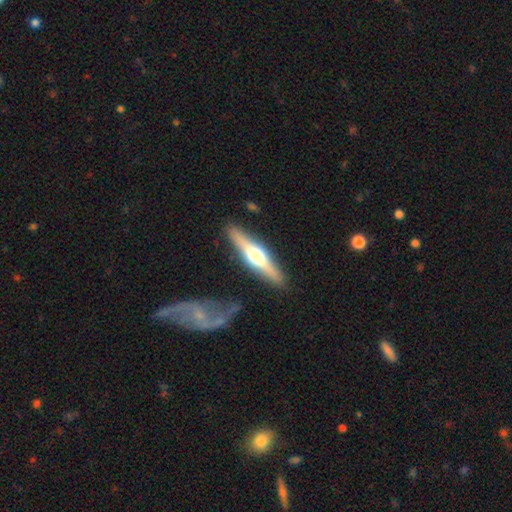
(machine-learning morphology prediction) Smooth or featured?
  - featured or disk: 63% *
  - smooth: 32%
  - star or artifact: 5%
Edge-on disk?
  - yes: 94% *
  - no: 6%
Edge-on bulge?
  - rounded: 92% *
  - boxy: 5%
  - none: 3%
Merging?
  - none: 85% *
  - minor disturbance: 10%
  - major disturbance: 3%
  - merger: 2%